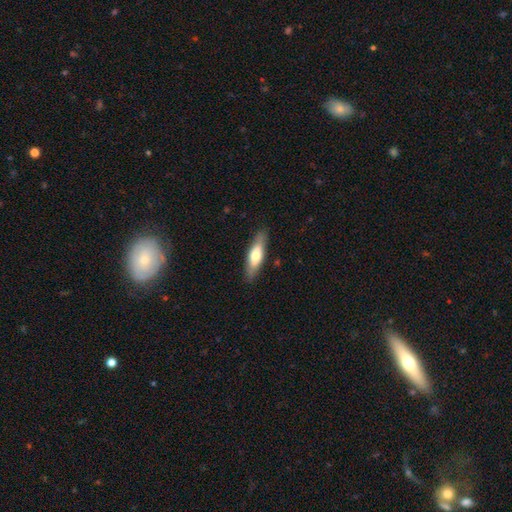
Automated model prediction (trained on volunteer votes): Morphology: type=smooth (59%); roundness=cigar-shaped (63%); merging=none (87%).